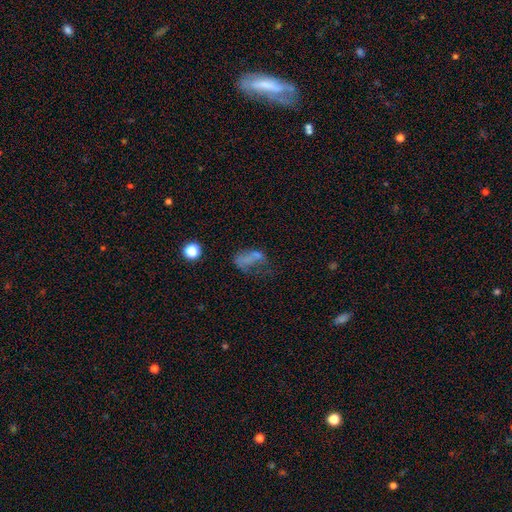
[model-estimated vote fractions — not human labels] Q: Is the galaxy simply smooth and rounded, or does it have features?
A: smooth — 46%.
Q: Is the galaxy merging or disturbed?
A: major disturbance — 39%.